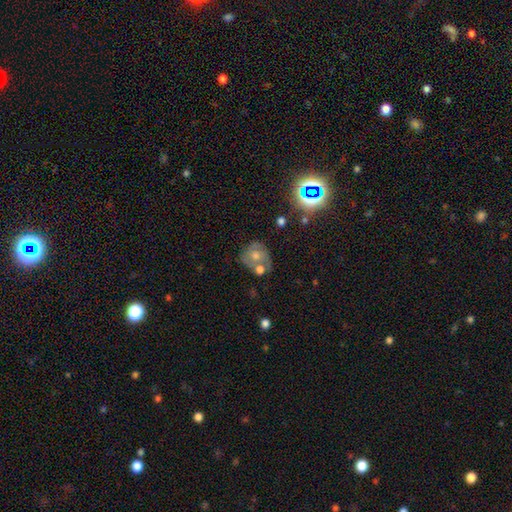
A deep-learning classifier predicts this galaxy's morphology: Smooth or featured? featured or disk (46%)
Merging? none (53%)